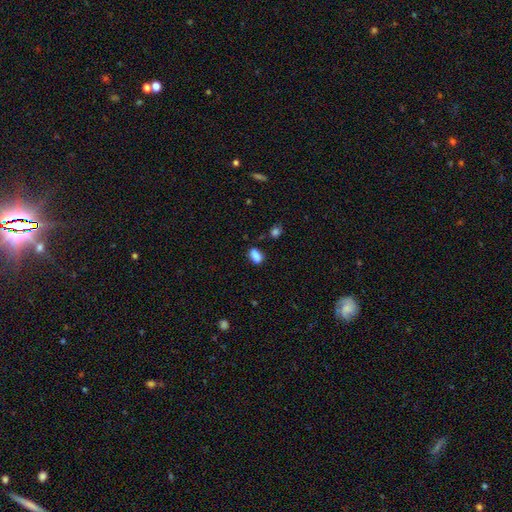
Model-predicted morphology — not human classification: smooth_or_featured: smooth (p=0.85) [alt: star or artifact p=0.10]
how_rounded: in between (p=0.83) [alt: round p=0.11]
merging: none (p=0.70) [alt: minor disturbance p=0.19]